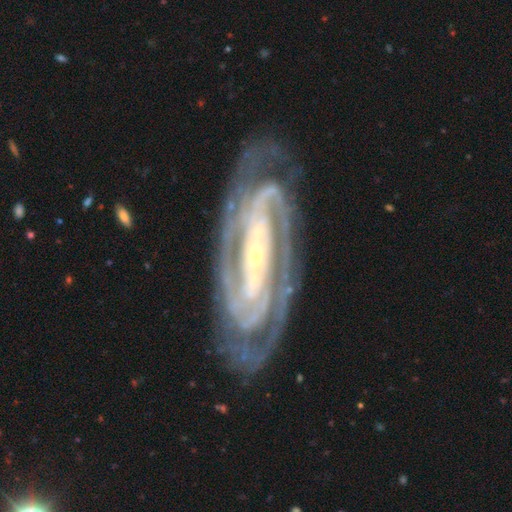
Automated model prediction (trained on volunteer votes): Smooth or featured?
  - featured or disk: 93% *
  - star or artifact: 4%
  - smooth: 3%
Edge-on disk?
  - no: 94% *
  - yes: 6%
Bar?
  - strong: 48% *
  - no: 28%
  - weak: 24%
Spiral arms?
  - yes: 98% *
  - no: 2%
Spiral winding?
  - tight: 74% *
  - medium: 23%
  - loose: 3%
Spiral arm count?
  - 2: 52% *
  - 3: 18%
  - can't tell: 11%
  - 4: 9%
  - more than 4: 5%
  - 1: 5%
Bulge size?
  - small: 72% *
  - moderate: 23%
  - large: 3%
  - none: 2%
  - dominant: 1%
Merging?
  - none: 79% *
  - minor disturbance: 14%
  - major disturbance: 5%
  - merger: 1%